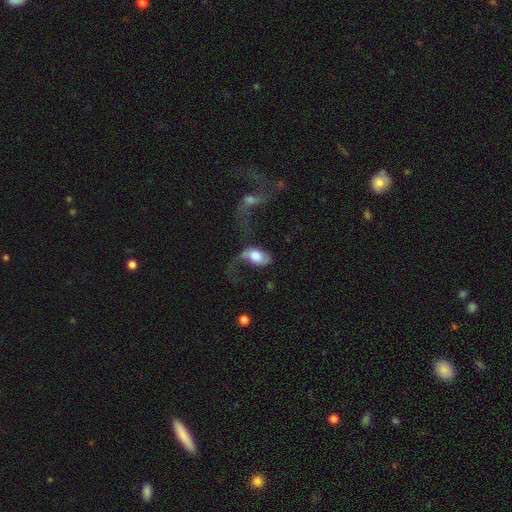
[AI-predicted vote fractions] Smooth or featured: featured or disk — 47% (smooth — 46%)
Merging: major disturbance — 49% (merger — 20%)